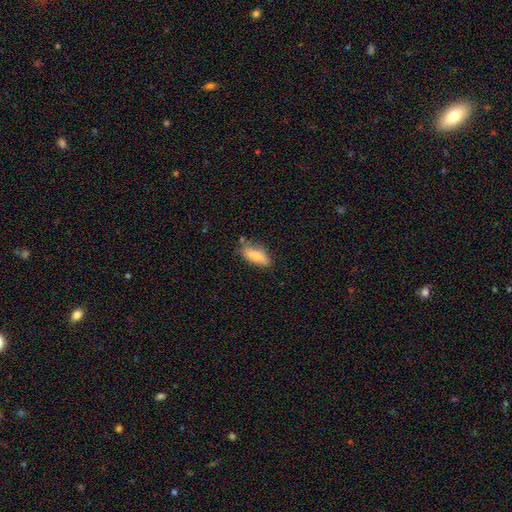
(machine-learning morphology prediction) smooth-or-featured: smooth: 76% | featured or disk: 17% | star or artifact: 7%
  how-rounded: in between: 72% | cigar-shaped: 26% | round: 2%
  merging: none: 69% | minor disturbance: 22% | major disturbance: 4% | merger: 4%